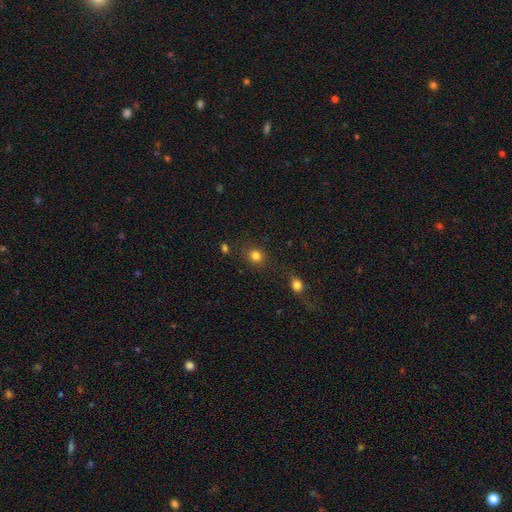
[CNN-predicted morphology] Smooth or featured? Predicted: smooth (p=0.82). How rounded? Predicted: round (p=0.79). Merging? Predicted: none (p=0.78).